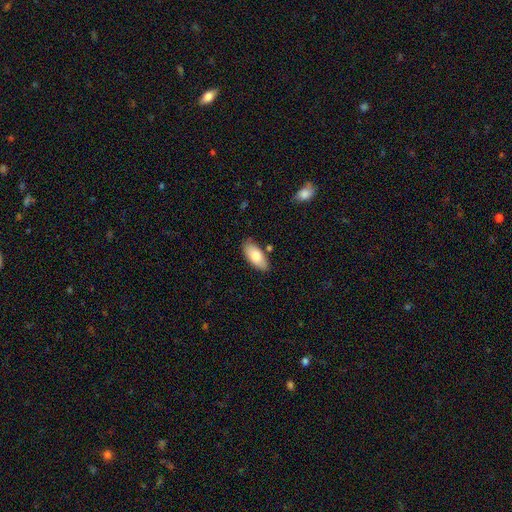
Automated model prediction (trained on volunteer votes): smooth 81%, featured or disk 13%, star or artifact 6%. Down the decision tree: how rounded — in between (90%); merging — none (81%).